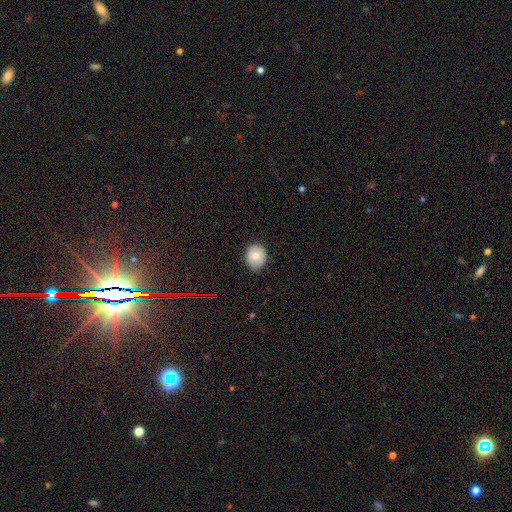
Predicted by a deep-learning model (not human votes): Morphology: type=smooth (69%); roundness=round (64%); merging=none (78%).